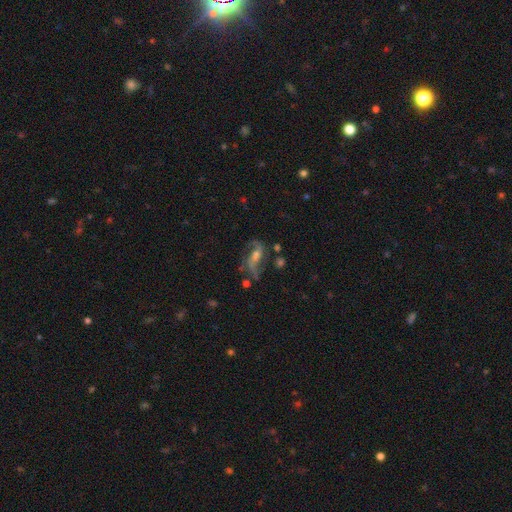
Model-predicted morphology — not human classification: smooth-or-featured: featured or disk: 77% | smooth: 11% | star or artifact: 11%
  disk-edge-on: no: 94% | yes: 6%
    bar: no: 42% | weak: 40% | strong: 18%
    has-spiral-arms: yes: 91% | no: 9%
      spiral-winding: loose: 71% | medium: 23% | tight: 6%
      spiral-arm-count: 2: 82% | can't tell: 6% | 1: 5% | 3: 4% | 4: 2% | more than 4: 2%
    bulge-size: moderate: 44% | small: 41% | none: 8% | large: 5% | dominant: 2%
  merging: none: 55% | major disturbance: 20% | minor disturbance: 18% | merger: 7%